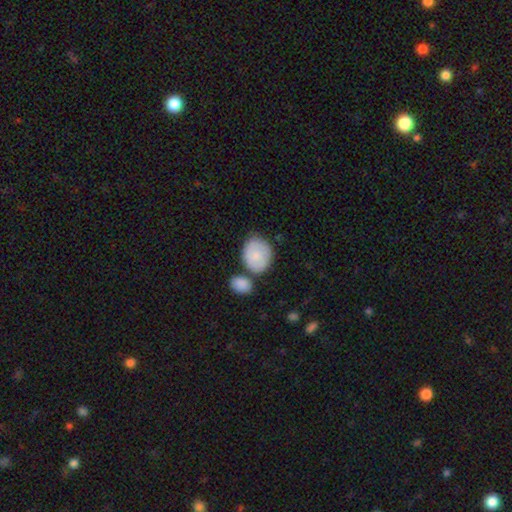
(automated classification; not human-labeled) The model was most divided on "how rounded": round: 50%, in between: 49%, cigar-shaped: 1%. More confident: smooth or featured — smooth (75%); merging — none (57%).